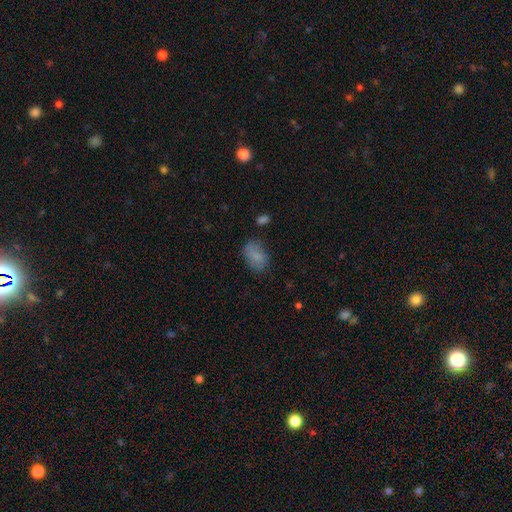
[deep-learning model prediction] Smooth or featured?
  - smooth: 79% *
  - star or artifact: 11%
  - featured or disk: 10%
How rounded?
  - in between: 87% *
  - round: 11%
  - cigar-shaped: 2%
Merging?
  - none: 59% *
  - minor disturbance: 25%
  - major disturbance: 11%
  - merger: 5%